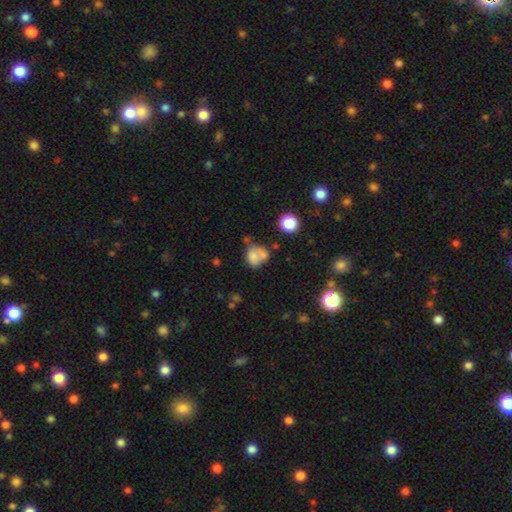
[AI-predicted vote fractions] This appears to be a smooth galaxy with no disk features (69%) that is round (57%). Merging: merger (37%).